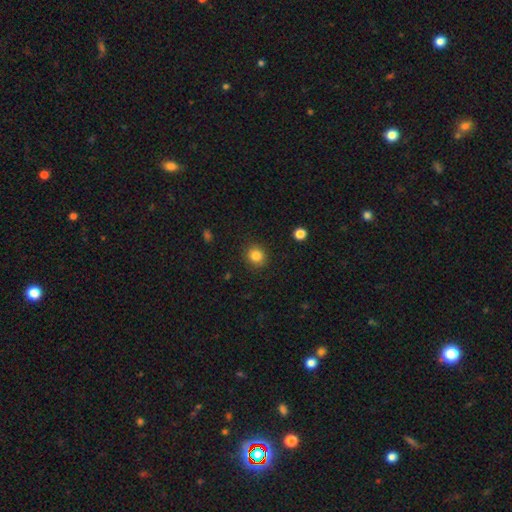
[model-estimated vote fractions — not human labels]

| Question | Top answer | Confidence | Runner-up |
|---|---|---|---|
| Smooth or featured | smooth | 84% | star or artifact (11%) |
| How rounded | round | 85% | in between (14%) |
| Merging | none | 90% | minor disturbance (6%) |